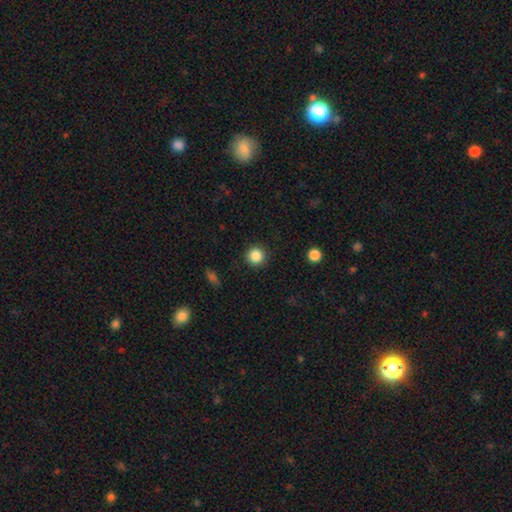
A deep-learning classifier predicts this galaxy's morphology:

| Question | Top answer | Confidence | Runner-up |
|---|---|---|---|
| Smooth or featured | smooth | 85% | star or artifact (11%) |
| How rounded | round | 95% | in between (4%) |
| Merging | none | 91% | minor disturbance (5%) |